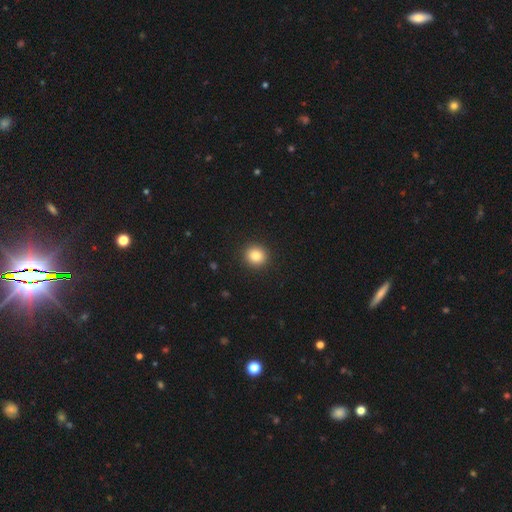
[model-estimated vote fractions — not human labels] The model was most divided on "smooth or featured": smooth: 84%, star or artifact: 10%, featured or disk: 6%. More confident: merging — none (92%); how rounded — round (90%).